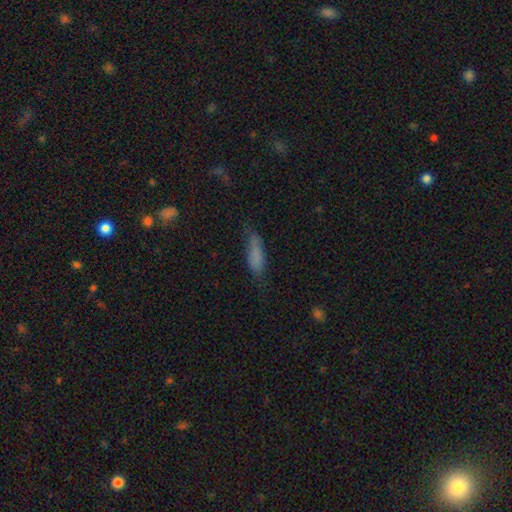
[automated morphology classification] Smooth or featured? smooth (76%)
How rounded? cigar-shaped (51%)
Merging? none (52%)